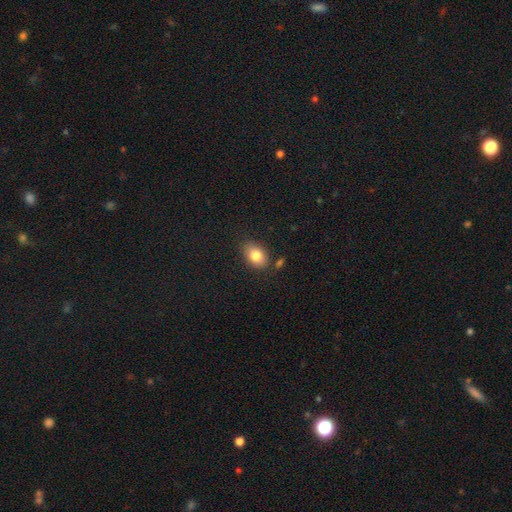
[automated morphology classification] This appears to be a smooth galaxy with no disk features (82%) that is in between round and cigar-shaped (81%). Merging: none (78%).